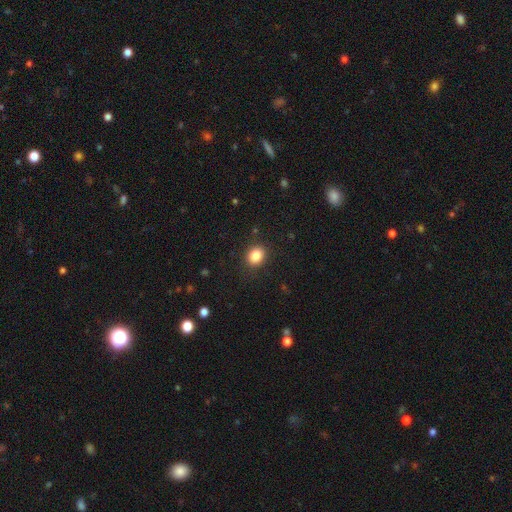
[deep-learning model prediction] smooth 85%, star or artifact 10%, featured or disk 5%. Down the decision tree: how rounded — round (51%); merging — none (87%).